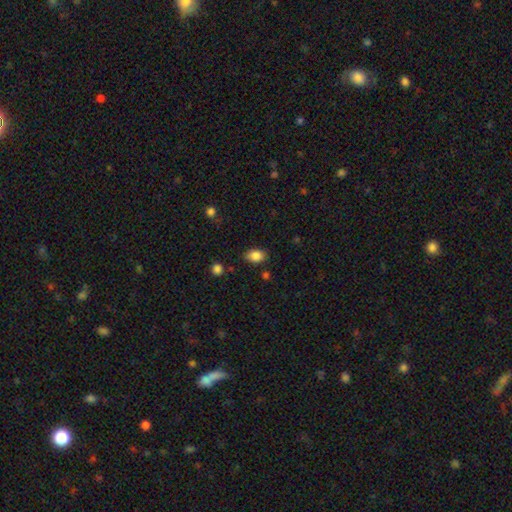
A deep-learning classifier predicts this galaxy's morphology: Q: Smooth or featured?
A: smooth (86%); runner-up: star or artifact (9%)
Q: How rounded?
A: in between (78%); runner-up: round (21%)
Q: Merging?
A: none (82%); runner-up: minor disturbance (13%)